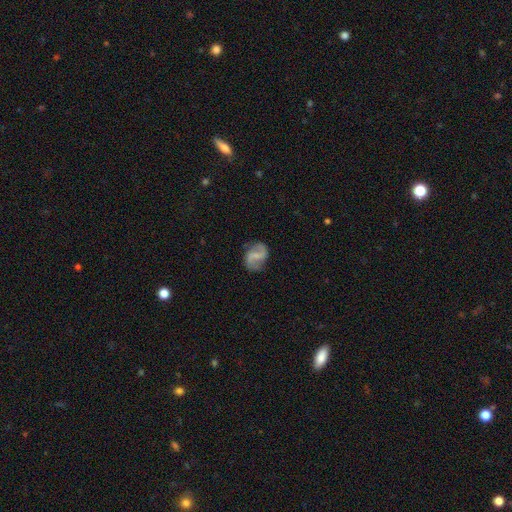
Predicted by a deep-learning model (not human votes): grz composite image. It shows a featured or disk galaxy (73%) with a weak bar (51%), 2 (90%) loose (44%) spiral arms (90%) and a small central bulge (53%). Merging: none (77%).